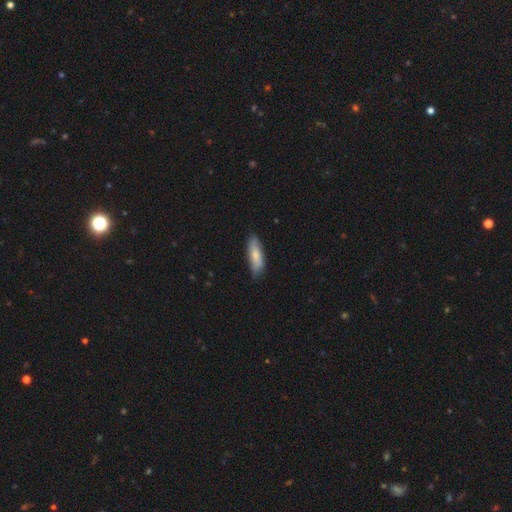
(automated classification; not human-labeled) Smooth or featured? smooth (73%)
How rounded? in between (56%)
Merging? none (72%)